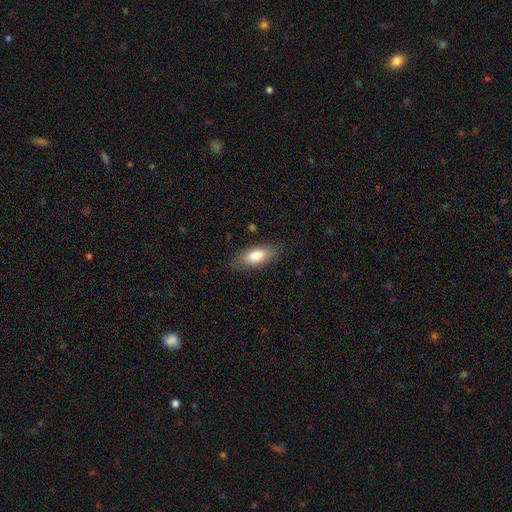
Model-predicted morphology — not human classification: Smooth or featured? smooth (82%)
How rounded? in between (82%)
Merging? none (82%)